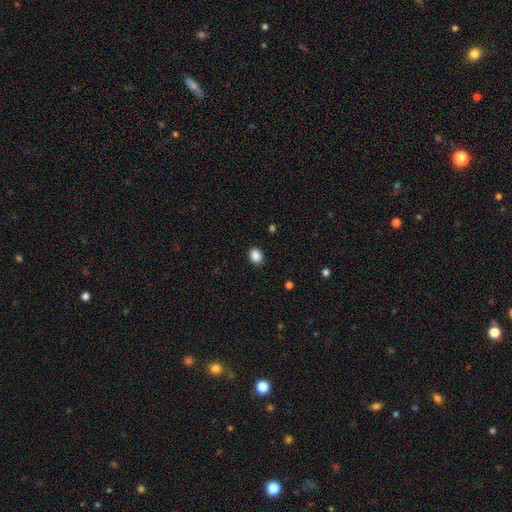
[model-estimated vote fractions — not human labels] A smooth galaxy with no disk features (88%) that is round (56%). Merging: none (90%).